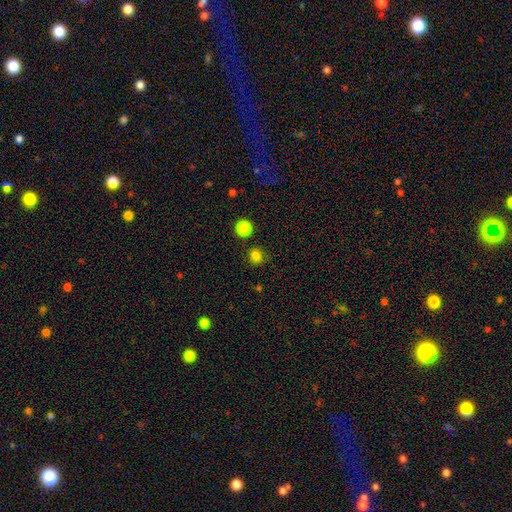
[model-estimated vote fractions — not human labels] Morphology: type=smooth (82%); roundness=round (87%); merging=none (83%).